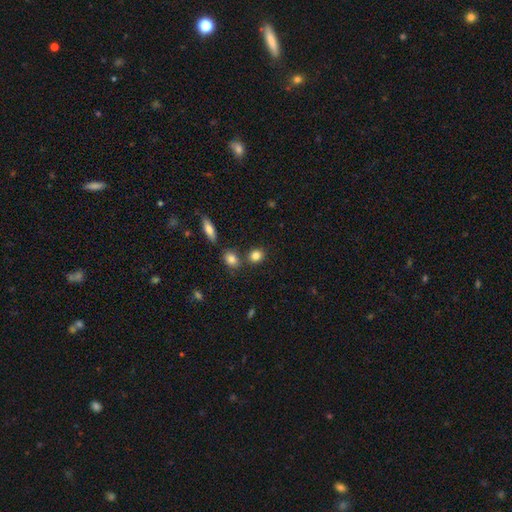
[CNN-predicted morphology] type=smooth (84%); roundness=round (67%); merging=none (74%).